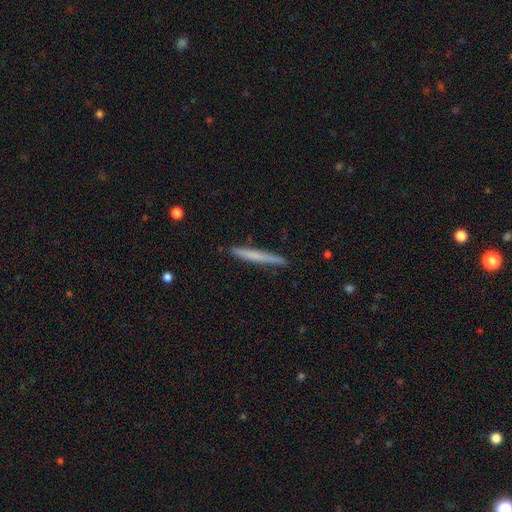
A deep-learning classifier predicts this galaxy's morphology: A smooth galaxy with no disk features (60%) that is cigar-shaped (97%). Merging: none (89%).